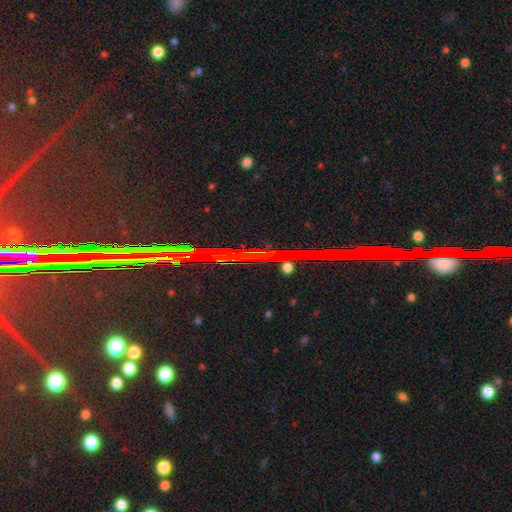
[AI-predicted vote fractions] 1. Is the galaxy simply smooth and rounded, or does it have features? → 85% star or artifact, 9% featured or disk, 6% smooth.